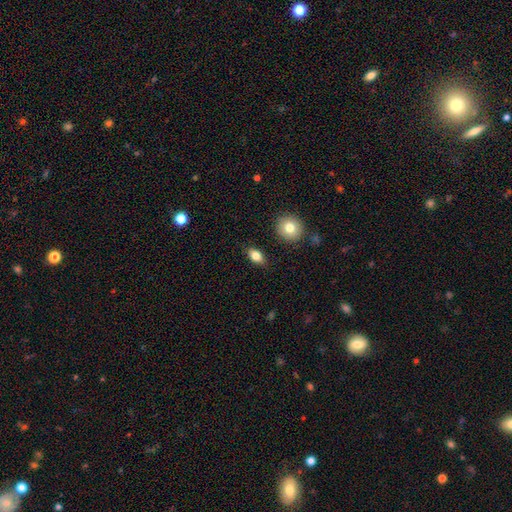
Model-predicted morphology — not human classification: smooth 80%, featured or disk 12%, star or artifact 8%. Down the decision tree: how rounded — in between (84%); merging — none (86%).